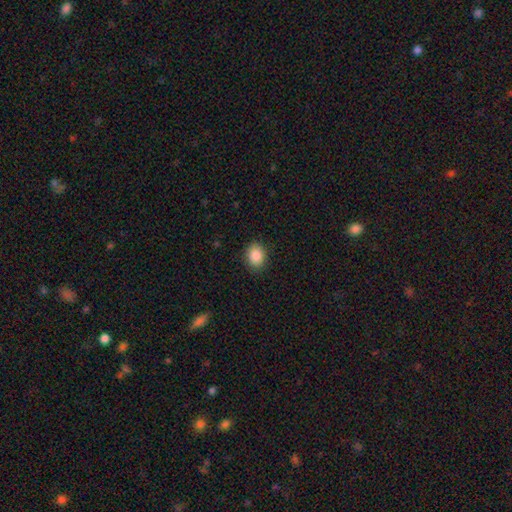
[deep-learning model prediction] This appears to be a smooth galaxy with no disk features (88%) that is in between round and cigar-shaped (55%). Merging: none (88%).